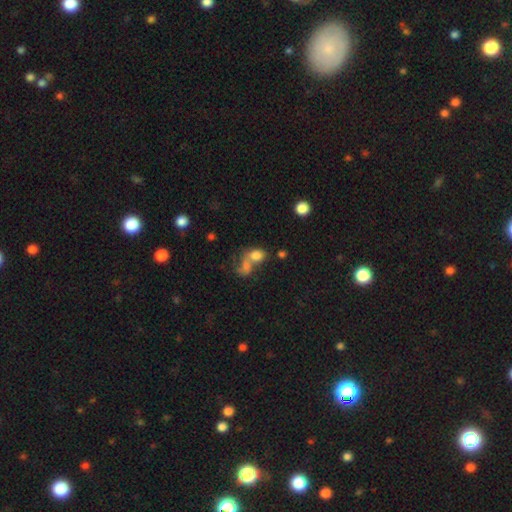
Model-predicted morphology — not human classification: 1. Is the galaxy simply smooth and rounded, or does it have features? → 74% smooth, 14% featured or disk, 12% star or artifact.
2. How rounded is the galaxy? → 64% in between, 34% round, 2% cigar-shaped.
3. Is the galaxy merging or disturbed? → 57% merger, 27% none, 8% minor disturbance, 8% major disturbance.